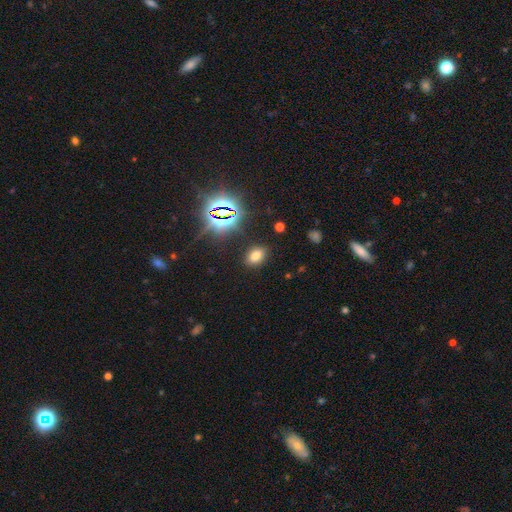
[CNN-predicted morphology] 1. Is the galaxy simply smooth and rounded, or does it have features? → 67% smooth, 25% star or artifact, 8% featured or disk.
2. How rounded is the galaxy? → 79% in between, 20% round, 2% cigar-shaped.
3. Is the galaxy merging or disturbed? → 85% none, 9% minor disturbance, 3% major disturbance, 2% merger.